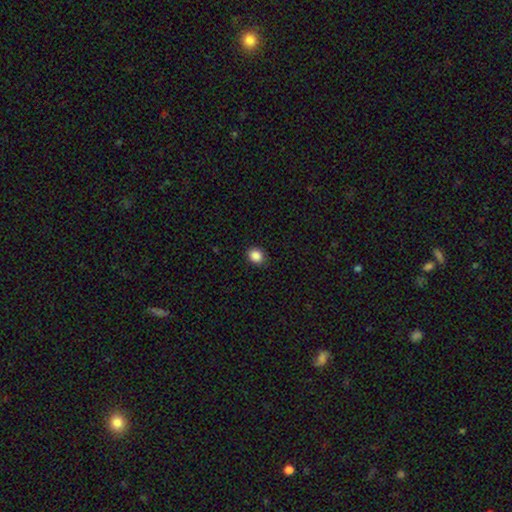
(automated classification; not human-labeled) This appears to be a smooth galaxy with no disk features (87%) that is round (57%). Merging: none (88%).